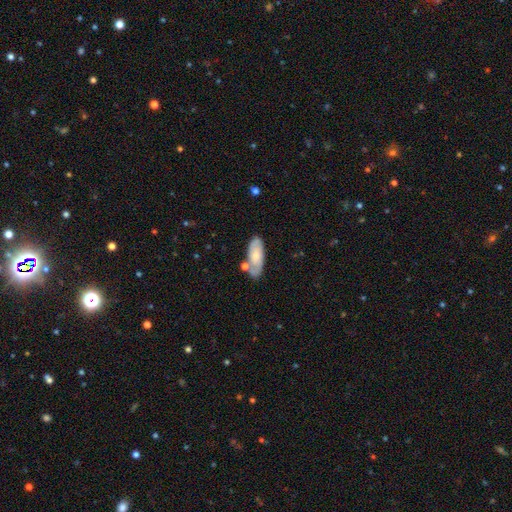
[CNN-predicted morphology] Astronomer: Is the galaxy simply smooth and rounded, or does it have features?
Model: smooth — 52% (runner-up: featured or disk, 42%).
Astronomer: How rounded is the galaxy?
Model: in between — 78%.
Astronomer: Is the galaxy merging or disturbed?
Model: none — 58%.